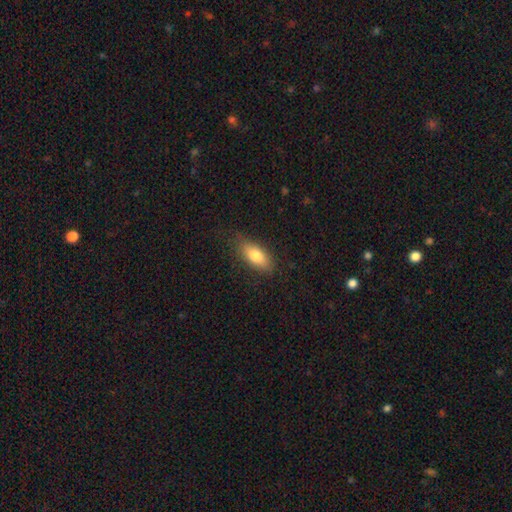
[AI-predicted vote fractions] smooth_or_featured: smooth (p=0.79) [alt: featured or disk p=0.14]
how_rounded: in between (p=0.82) [alt: cigar-shaped p=0.15]
merging: none (p=0.79) [alt: minor disturbance p=0.15]